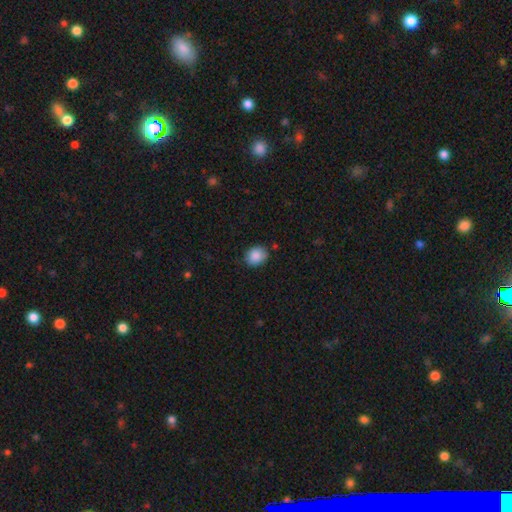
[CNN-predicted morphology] type=smooth (88%); roundness=round (56%); merging=none (81%).